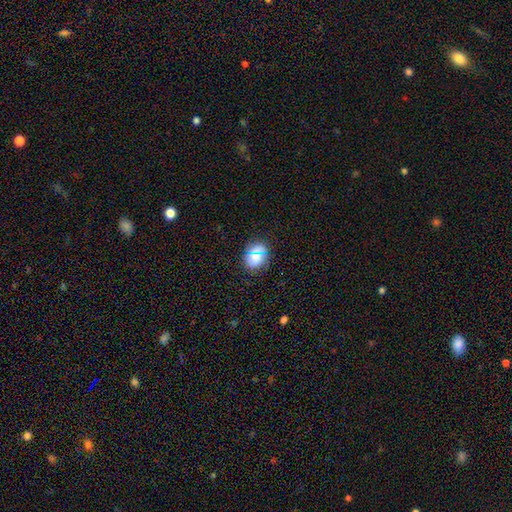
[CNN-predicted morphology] smooth_or_featured: smooth (p=0.74) [alt: star or artifact p=0.18]
how_rounded: round (p=0.66) [alt: in between p=0.32]
merging: none (p=0.86) [alt: minor disturbance p=0.10]